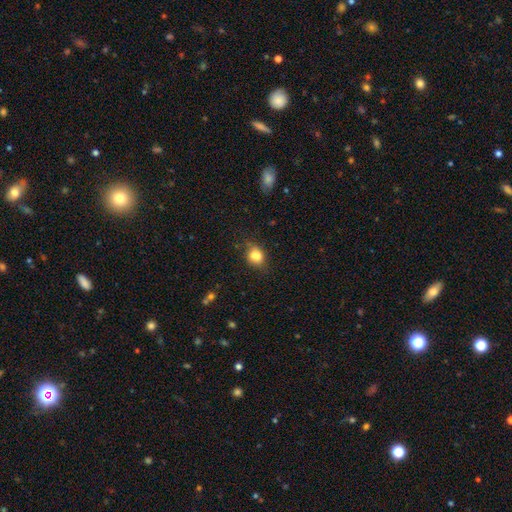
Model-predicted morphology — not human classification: The model was most divided on "how rounded": in between: 57%, round: 42%, cigar-shaped: 1%. More confident: smooth or featured — smooth (82%); merging — none (66%).